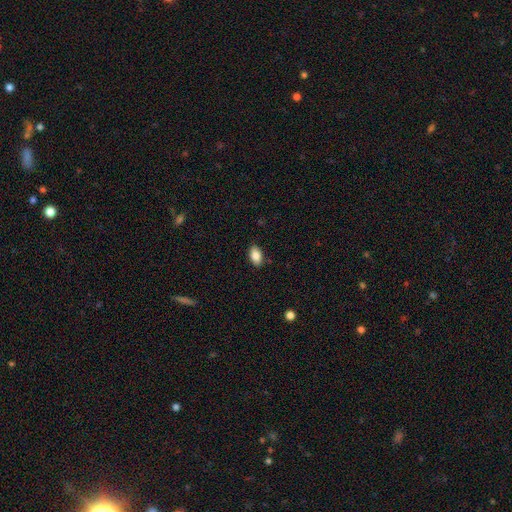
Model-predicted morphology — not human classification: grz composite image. It shows a smooth galaxy with no disk features (86%) that is in between round and cigar-shaped (91%). Merging: none (88%).